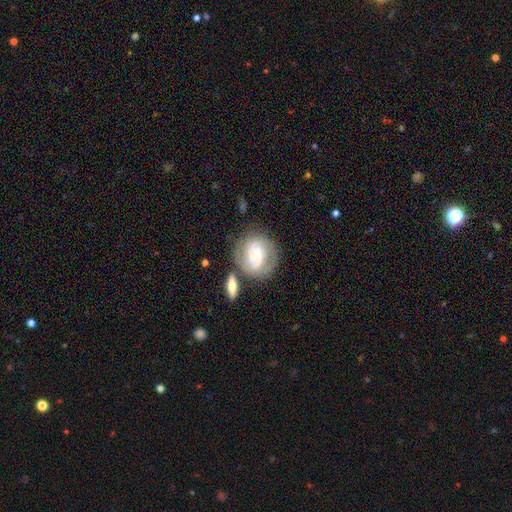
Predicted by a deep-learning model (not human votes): A featured or disk galaxy (65%) with no bar (62%), 2 (53%) tight (53%) spiral arms (82%) and a small central bulge (67%).

Vote fractions:
- Smooth or featured? featured or disk: 65% / smooth: 28% / star or artifact: 7%
- Edge-on disk? no: 96% / yes: 4%
- Bar? no: 62% / weak: 29% / strong: 9%
- Spiral arms? yes: 82% / no: 18%
- Spiral winding? tight: 53% / medium: 34% / loose: 13%
- Spiral arm count? 2: 53% / can't tell: 29% / 3: 8% / 1: 5% / 4: 3% / more than 4: 2%
- Bulge size? small: 67% / moderate: 22% / large: 5% / none: 4% / dominant: 2%
- Merging? none: 60% / minor disturbance: 18% / merger: 12% / major disturbance: 10%